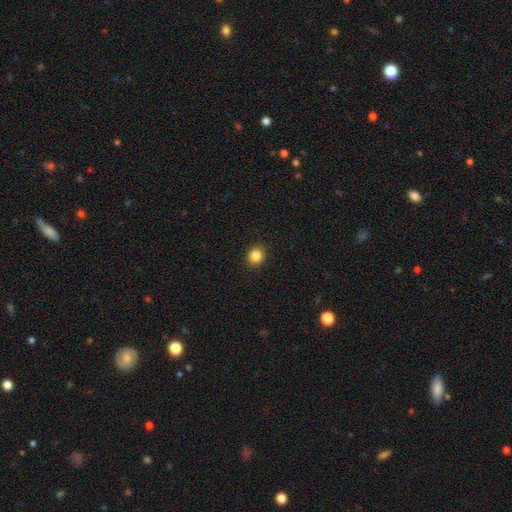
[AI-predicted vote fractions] Morphology: type=smooth (86%); roundness=round (74%); merging=none (92%).